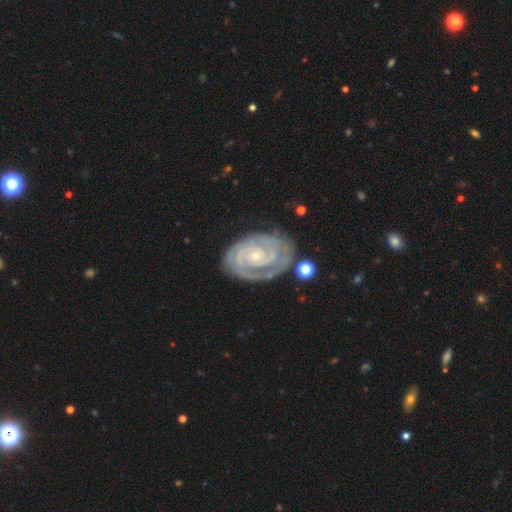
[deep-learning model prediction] A featured or disk galaxy (90%) with no bar (71%), 2 (55%) tight (81%) spiral arms (98%) and a small central bulge (81%).

Vote fractions:
- Smooth or featured? featured or disk: 90% / smooth: 5% / star or artifact: 5%
- Edge-on disk? no: 97% / yes: 3%
- Bar? no: 71% / weak: 22% / strong: 7%
- Spiral arms? yes: 98% / no: 2%
- Spiral winding? tight: 81% / medium: 17% / loose: 3%
- Spiral arm count? 2: 55% / 3: 16% / can't tell: 15% / 4: 5% / 1: 5% / more than 4: 4%
- Bulge size? small: 81% / moderate: 15% / none: 2% / large: 1% / dominant: 1%
- Merging? none: 74% / minor disturbance: 17% / major disturbance: 6% / merger: 3%